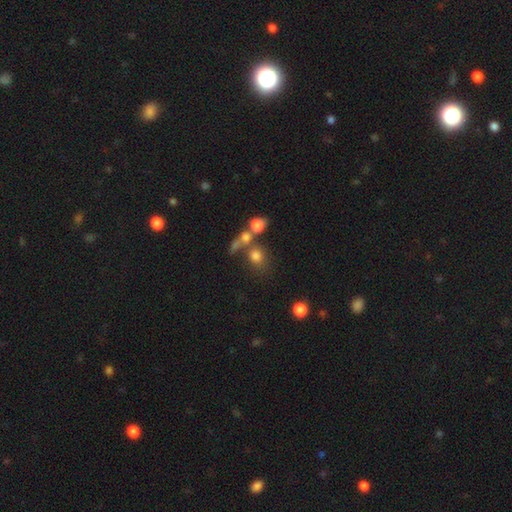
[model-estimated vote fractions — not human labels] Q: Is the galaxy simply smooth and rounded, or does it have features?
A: smooth — 73%.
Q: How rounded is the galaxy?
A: round — 68%.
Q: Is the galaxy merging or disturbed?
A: none — 40%, tied with merger.